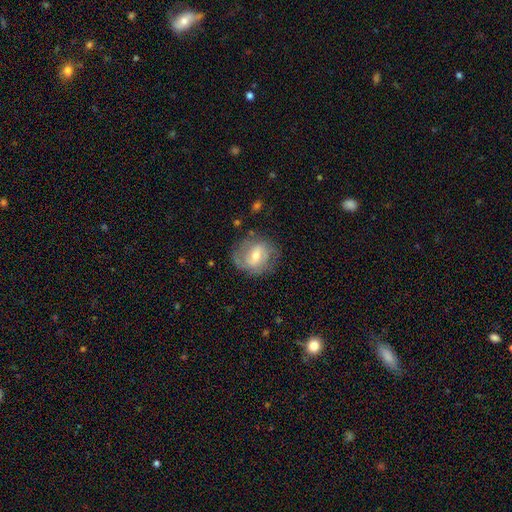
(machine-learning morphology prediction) smooth-or-featured: featured or disk: 69% | smooth: 25% | star or artifact: 6%
  disk-edge-on: no: 97% | yes: 3%
    bar: weak: 55% | strong: 23% | no: 22%
    has-spiral-arms: yes: 82% | no: 18%
      spiral-winding: medium: 42% | tight: 39% | loose: 20%
      spiral-arm-count: 2: 58% | can't tell: 23% | 3: 8% | 1: 7% | 4: 2% | more than 4: 2%
    bulge-size: moderate: 60% | small: 33% | large: 4% | none: 1% | dominant: 1%
  merging: none: 70% | minor disturbance: 19% | major disturbance: 9% | merger: 2%